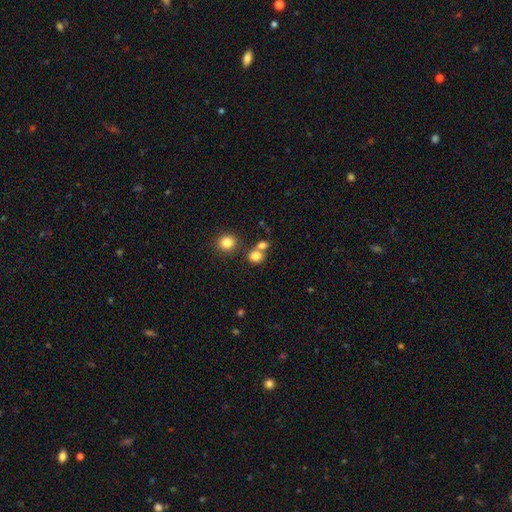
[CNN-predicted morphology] smooth-or-featured: smooth: 81% | star or artifact: 12% | featured or disk: 7%
  how-rounded: round: 66% | in between: 32% | cigar-shaped: 1%
  merging: none: 52% | merger: 35% | minor disturbance: 9% | major disturbance: 4%